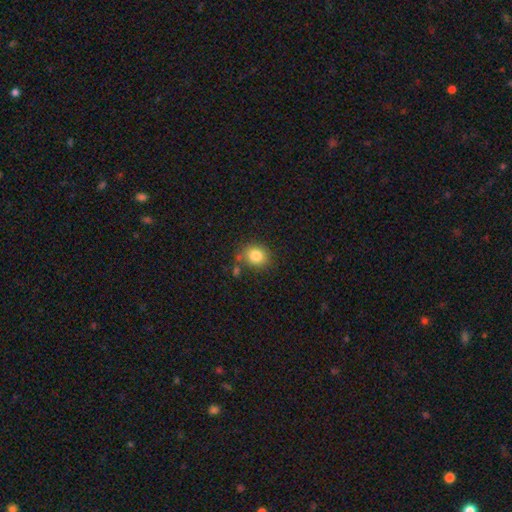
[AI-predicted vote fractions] smooth 82%, star or artifact 10%, featured or disk 7%. Down the decision tree: how rounded — round (70%); merging — none (70%).